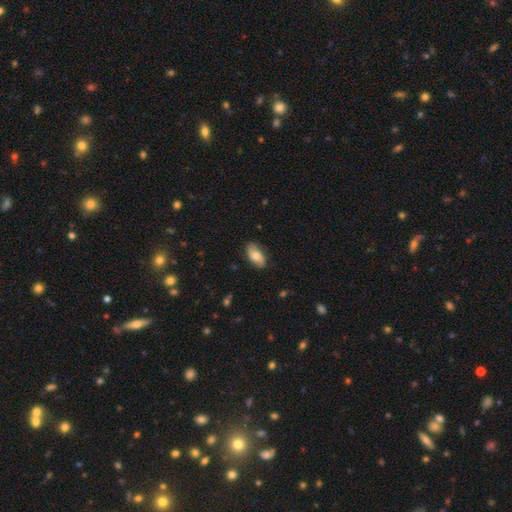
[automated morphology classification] The model was most divided on "smooth or featured": smooth: 70%, featured or disk: 23%, star or artifact: 7%. More confident: how rounded — in between (91%); merging — none (82%).